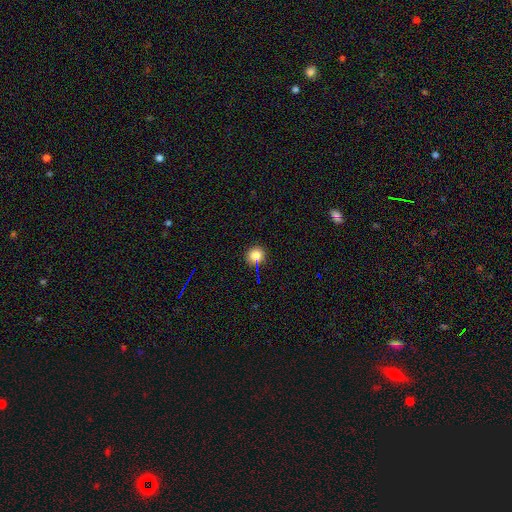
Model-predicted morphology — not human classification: A smooth galaxy with no disk features (81%) that is round (90%).

Vote fractions:
- Smooth or featured? smooth: 81% / star or artifact: 13% / featured or disk: 6%
- How rounded? round: 90% / in between: 9% / cigar-shaped: 1%
- Merging? none: 83% / minor disturbance: 11% / merger: 4% / major disturbance: 3%